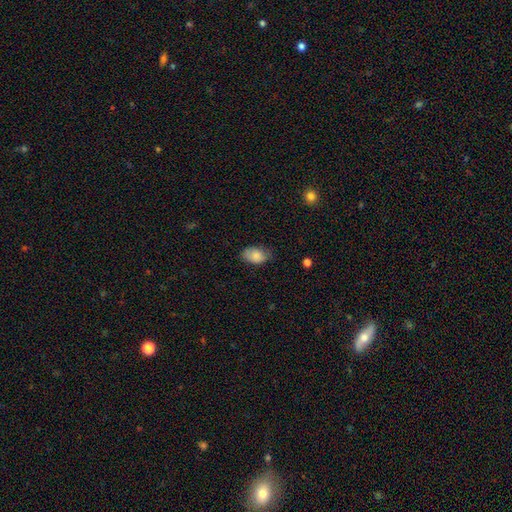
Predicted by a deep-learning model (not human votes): Overall: smooth (83%). How rounded: in between (90%). Merging: none (67%).